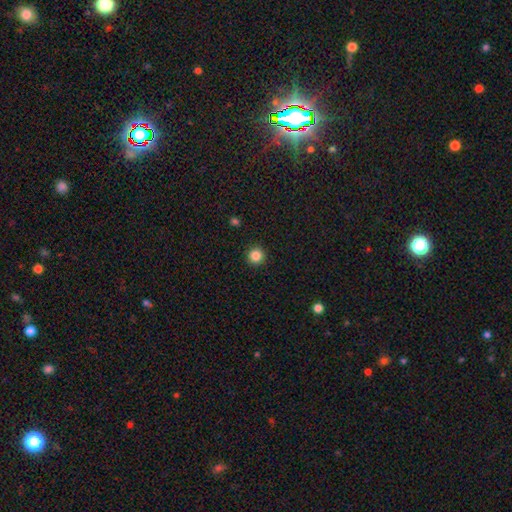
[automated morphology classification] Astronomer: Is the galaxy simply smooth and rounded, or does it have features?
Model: smooth — 85%.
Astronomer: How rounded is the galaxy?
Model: round — 96%.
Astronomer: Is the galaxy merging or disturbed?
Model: none — 93%.